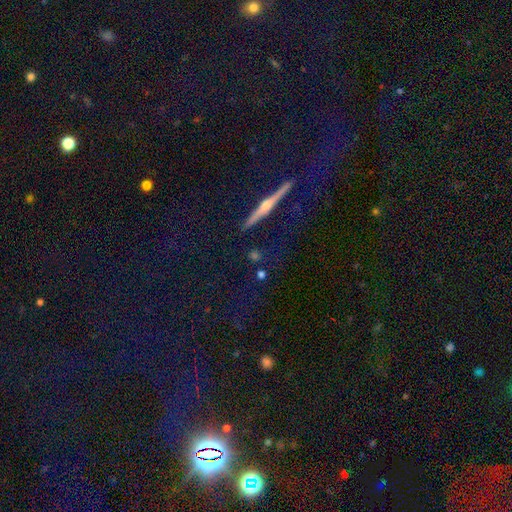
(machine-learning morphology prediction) smooth-or-featured: featured or disk: 67% | star or artifact: 17% | smooth: 16%
  disk-edge-on: yes: 95% | no: 5%
    edge-on-bulge: rounded: 93% | none: 4% | boxy: 3%
  merging: none: 88% | minor disturbance: 7% | major disturbance: 2% | merger: 2%